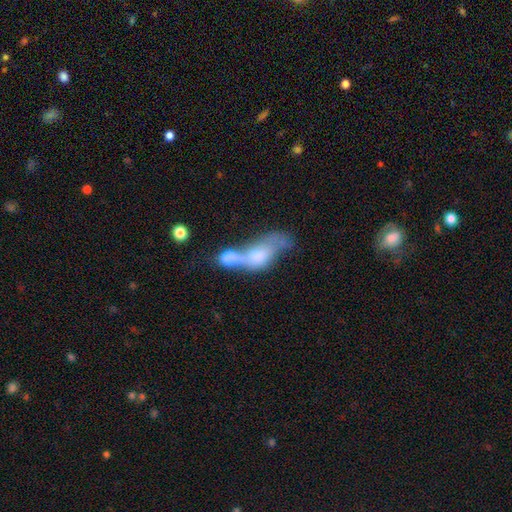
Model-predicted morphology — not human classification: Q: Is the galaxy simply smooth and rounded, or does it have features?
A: smooth — 48%.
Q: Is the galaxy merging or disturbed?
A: merger — 70%.